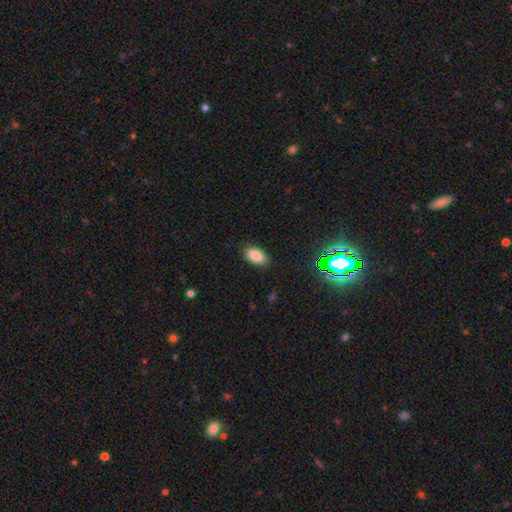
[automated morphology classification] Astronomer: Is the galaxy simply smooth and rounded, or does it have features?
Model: smooth — 85%.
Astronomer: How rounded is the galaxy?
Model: in between — 93%.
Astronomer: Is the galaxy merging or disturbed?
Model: none — 88%.